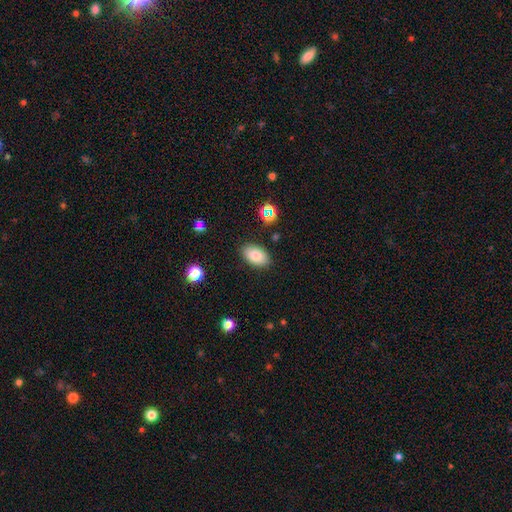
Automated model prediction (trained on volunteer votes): This is clearly a smooth galaxy (82%). How rounded: clearly in between (92%). Merging: clearly none (86%).